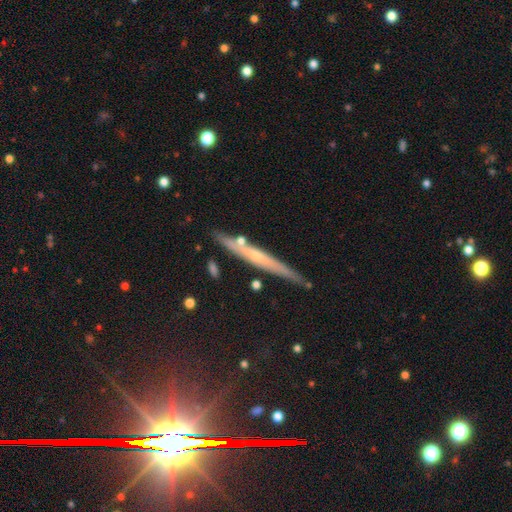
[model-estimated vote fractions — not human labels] Smooth or featured: featured or disk — 63% (smooth — 28%)
Edge-on disk: yes — 93% (no — 7%)
Edge-on bulge: none — 53% (rounded — 42%)
Merging: none — 81% (minor disturbance — 12%)